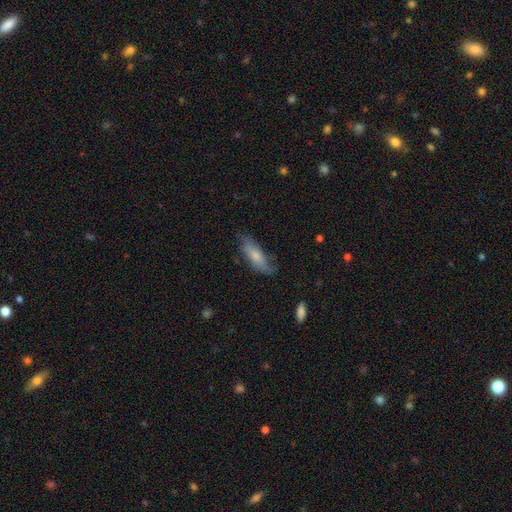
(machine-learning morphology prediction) The model was most divided on "how rounded": in between: 56%, cigar-shaped: 42%, round: 2%. More confident: smooth or featured — smooth (66%); merging — none (65%).